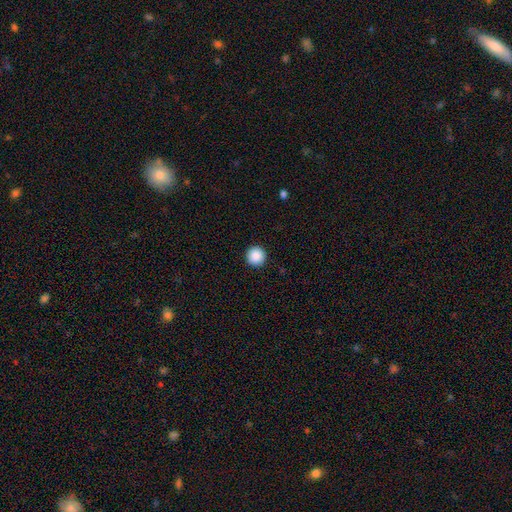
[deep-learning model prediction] The model was most divided on "smooth or featured": smooth: 89%, star or artifact: 9%, featured or disk: 2%. More confident: how rounded — round (96%); merging — none (93%).